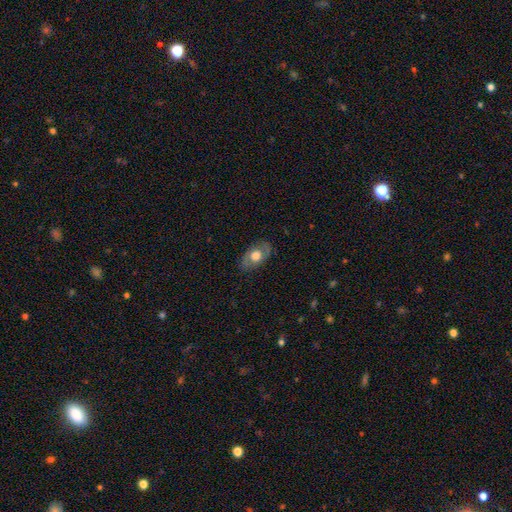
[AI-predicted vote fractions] Q: Smooth or featured?
A: smooth (54%); runner-up: featured or disk (39%)
Q: How rounded?
A: in between (84%); runner-up: round (14%)
Q: Merging?
A: none (79%); runner-up: minor disturbance (16%)